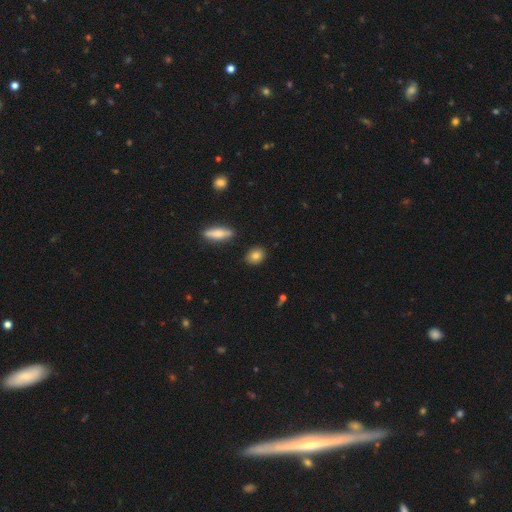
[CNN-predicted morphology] smooth_or_featured: smooth (p=0.83) [alt: featured or disk p=0.09]
how_rounded: in between (p=0.50) [alt: round p=0.47]
merging: none (p=0.88) [alt: minor disturbance p=0.08]